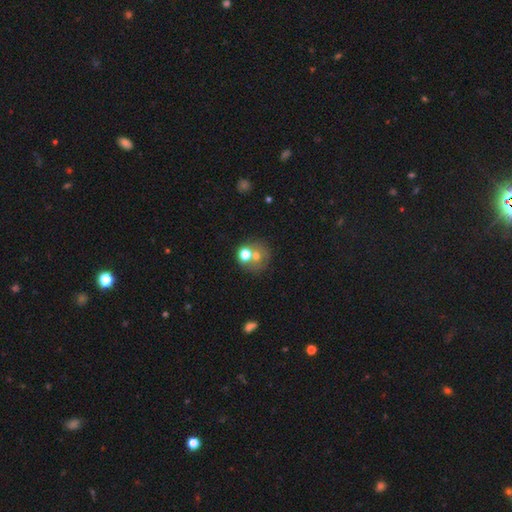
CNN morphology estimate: Smooth or featured? smooth (61%)
How rounded? round (81%)
Merging? none (44%)